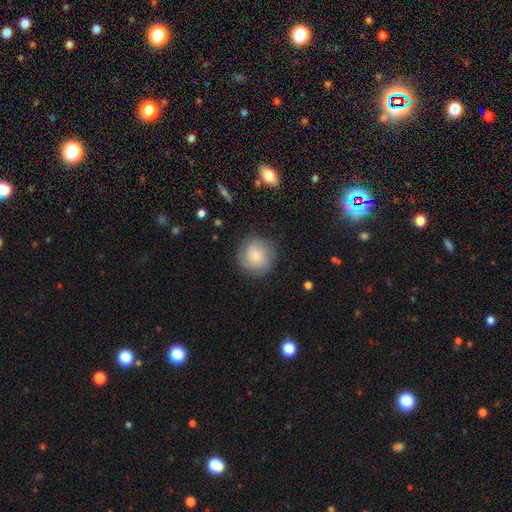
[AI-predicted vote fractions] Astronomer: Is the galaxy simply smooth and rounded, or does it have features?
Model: smooth — 51% (runner-up: featured or disk, 41%).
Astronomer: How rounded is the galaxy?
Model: round — 92%.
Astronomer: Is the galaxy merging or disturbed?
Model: none — 81%.